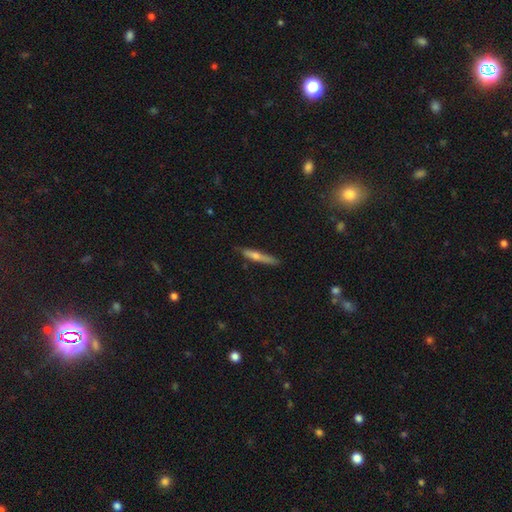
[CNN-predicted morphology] A featured or disk galaxy (52%) viewed edge-on (95%).

Vote fractions:
- Smooth or featured? featured or disk: 52% / smooth: 41% / star or artifact: 8%
- Edge-on disk? yes: 95% / no: 5%
- Merging? none: 85% / minor disturbance: 12% / major disturbance: 2% / merger: 1%